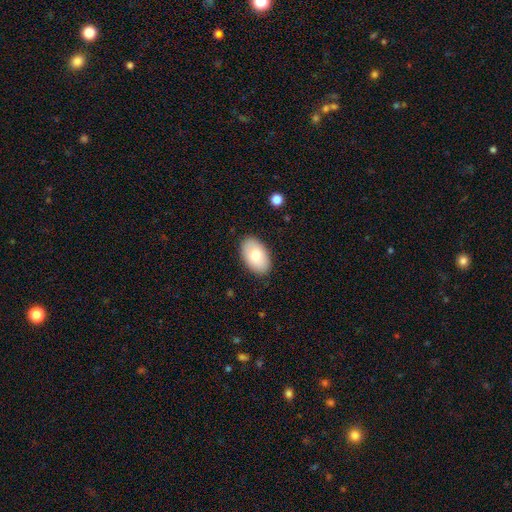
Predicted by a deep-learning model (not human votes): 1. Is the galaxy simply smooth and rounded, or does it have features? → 76% smooth, 18% featured or disk, 6% star or artifact.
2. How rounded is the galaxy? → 94% in between, 5% round, 1% cigar-shaped.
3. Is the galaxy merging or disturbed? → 87% none, 10% minor disturbance, 2% major disturbance, 1% merger.